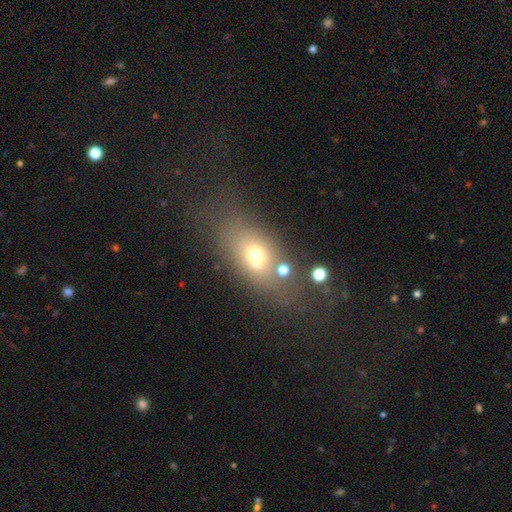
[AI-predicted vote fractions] A smooth galaxy with no disk features (59%) that is in between round and cigar-shaped (72%). Merging: none (50%).